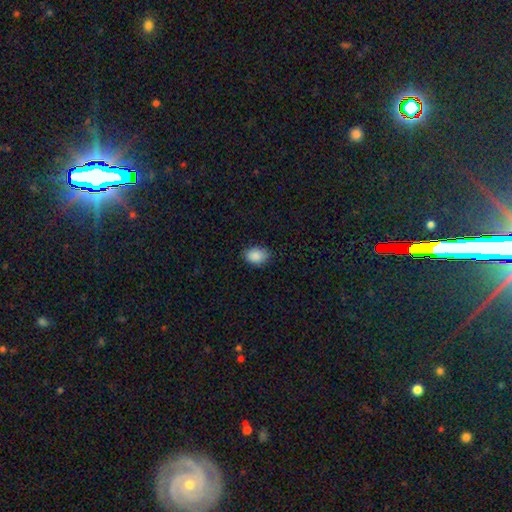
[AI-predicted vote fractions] smooth 89%, star or artifact 8%, featured or disk 4%. Down the decision tree: how rounded — in between (79%); merging — none (83%).